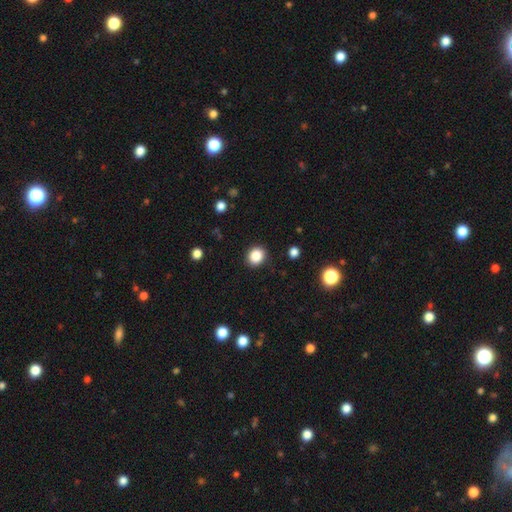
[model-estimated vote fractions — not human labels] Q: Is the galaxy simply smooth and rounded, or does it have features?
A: smooth — 87%.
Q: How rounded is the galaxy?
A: round — 76%.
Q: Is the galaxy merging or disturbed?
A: none — 88%.